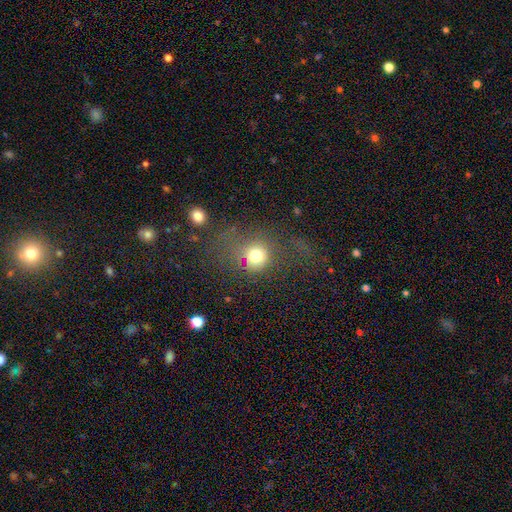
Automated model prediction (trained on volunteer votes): The model was most divided on "merging": none: 47%, major disturbance: 29%, minor disturbance: 18%, merger: 5%. More confident: how rounded — round (81%); smooth or featured — smooth (71%).